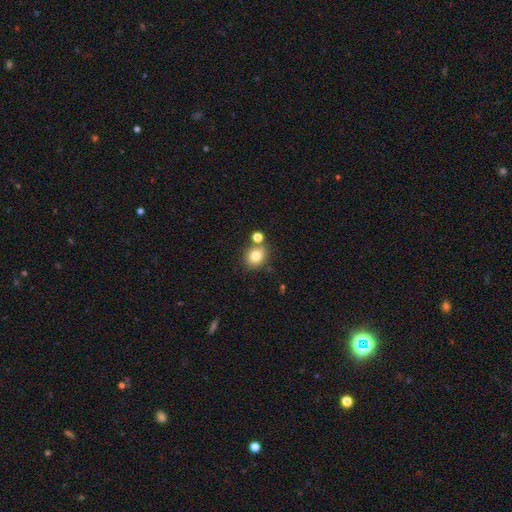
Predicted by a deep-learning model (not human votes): A smooth galaxy with no disk features (79%) that is round (70%). Merging: none (69%).